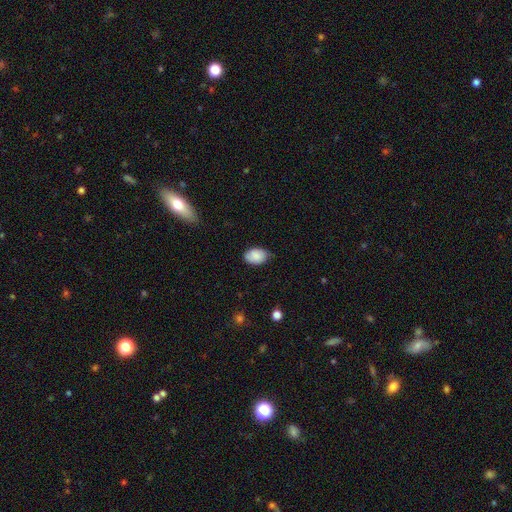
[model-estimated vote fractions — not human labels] This is clearly a smooth galaxy (85%). How rounded: clearly in between (86%). Merging: likely none (67%).